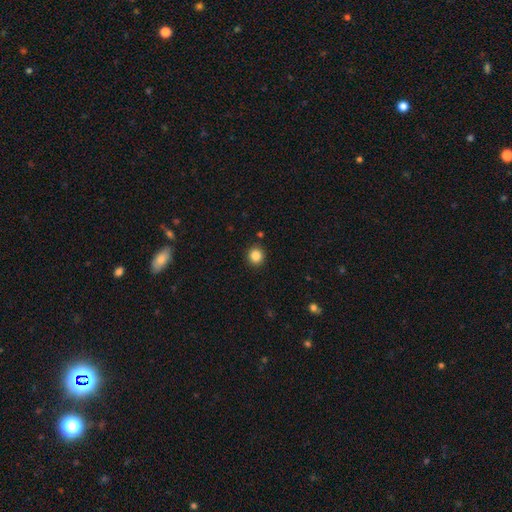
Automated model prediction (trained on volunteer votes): Morphology: type=smooth (85%); roundness=round (91%); merging=none (91%).